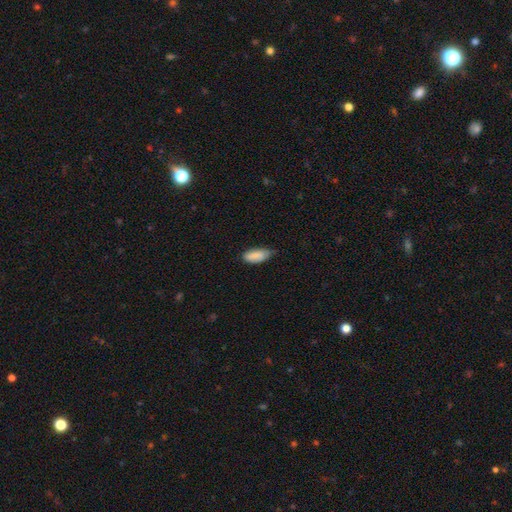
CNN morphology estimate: Smooth or featured?
  - smooth: 86% *
  - featured or disk: 7%
  - star or artifact: 7%
How rounded?
  - in between: 86% *
  - cigar-shaped: 12%
  - round: 2%
Merging?
  - none: 50% *
  - minor disturbance: 42%
  - major disturbance: 6%
  - merger: 2%